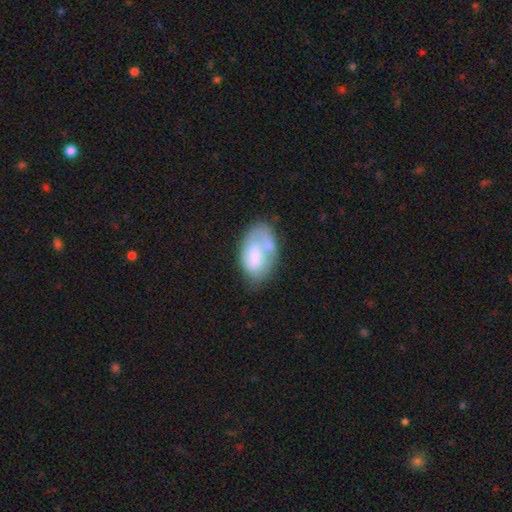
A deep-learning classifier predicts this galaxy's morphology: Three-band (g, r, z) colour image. It shows a smooth galaxy with no disk features (60%) that is in between round and cigar-shaped (91%). Merging: none (38%).